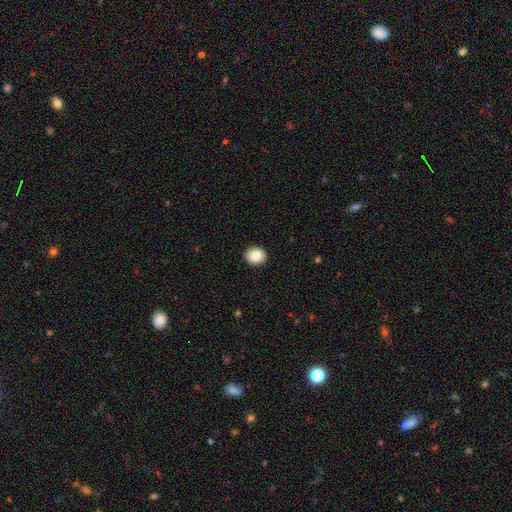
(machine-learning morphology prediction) Smooth or featured? smooth (86%)
How rounded? round (72%)
Merging? none (91%)